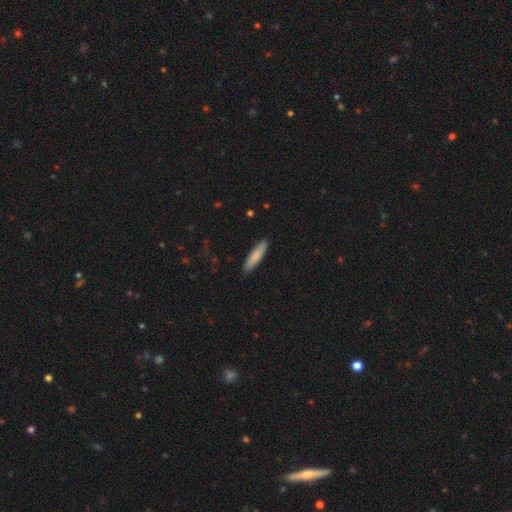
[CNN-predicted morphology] Smooth or featured? Predicted: smooth (p=0.83). How rounded? Predicted: cigar-shaped (p=0.79). Merging? Predicted: none (p=0.89).